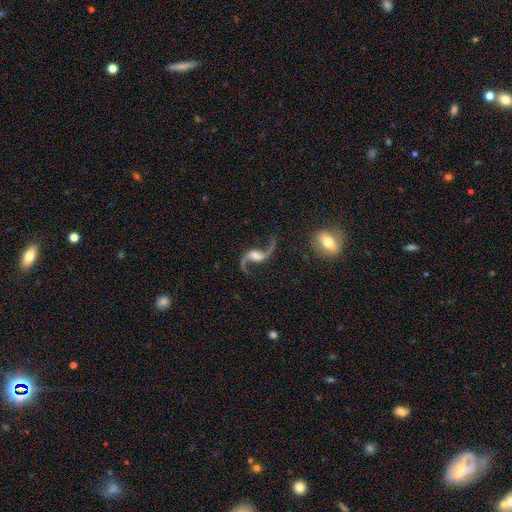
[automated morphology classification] This appears to be a featured or disk galaxy (91%) with a weak bar (43%), 2 (94%) loose (91%) spiral arms (97%) and a moderate central bulge (34%). Merging: none (78%).